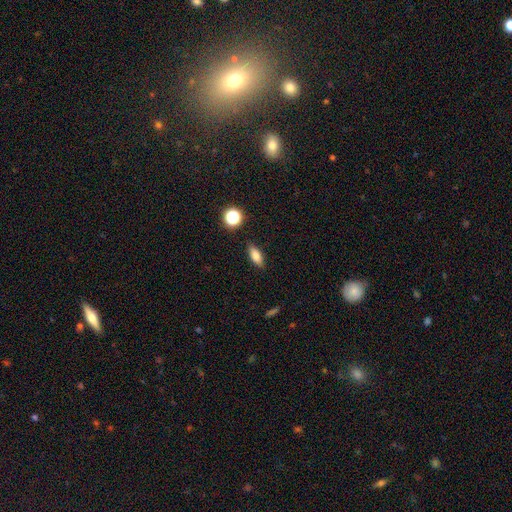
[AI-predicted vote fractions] Q: Smooth or featured?
A: smooth (79%); runner-up: featured or disk (11%)
Q: How rounded?
A: in between (74%); runner-up: cigar-shaped (20%)
Q: Merging?
A: none (86%); runner-up: minor disturbance (10%)